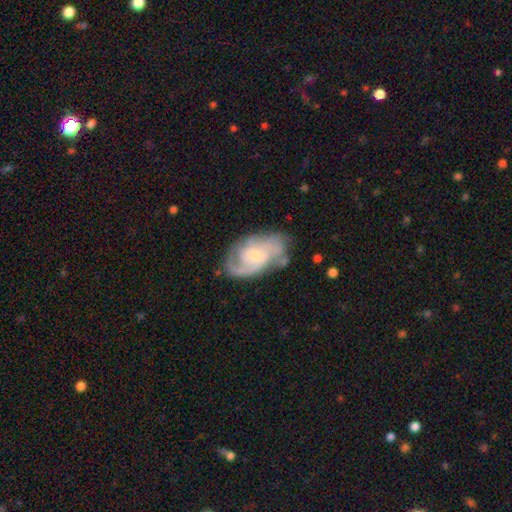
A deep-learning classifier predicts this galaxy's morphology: A featured or disk galaxy (81%) with no bar (50%), 2 (50%) tight (46%) spiral arms (94%) and a small central bulge (61%). Merging: none (63%).